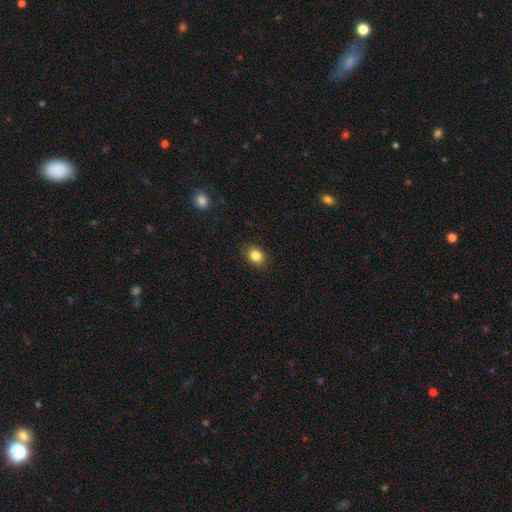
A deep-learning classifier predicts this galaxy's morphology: Smooth or featured? Predicted: smooth (p=0.84). How rounded? Predicted: in between (p=0.59). Merging? Predicted: none (p=0.87).